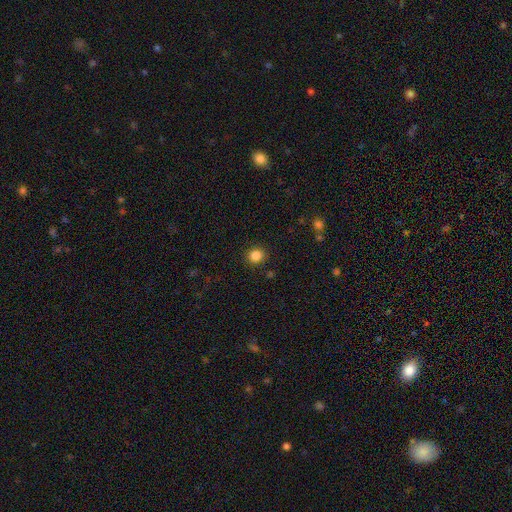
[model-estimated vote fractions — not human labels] The model was most divided on "smooth or featured": smooth: 85%, star or artifact: 11%, featured or disk: 4%. More confident: merging — none (90%); how rounded — round (89%).